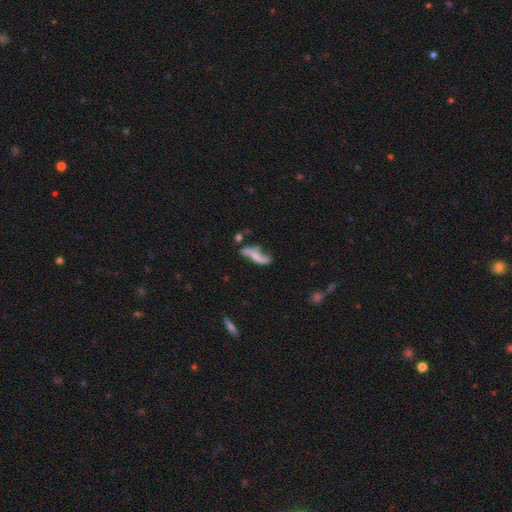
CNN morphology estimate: Smooth or featured: featured or disk — 54% (smooth — 37%)
Edge-on disk: no — 77% (yes — 23%)
Merging: none — 44% (minor disturbance — 25%)